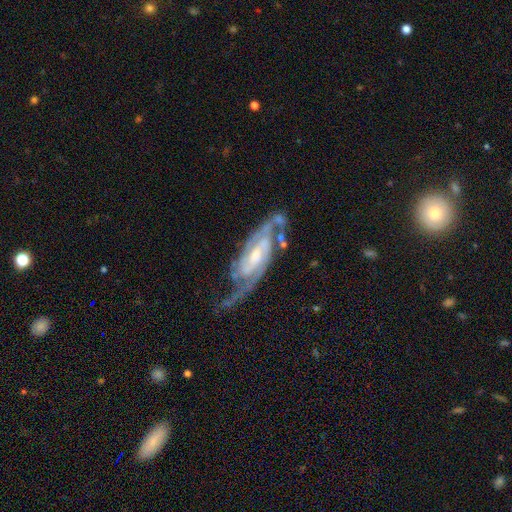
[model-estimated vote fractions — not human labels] Morphology: type=featured or disk (90%); edge-on=no (91%); bar=weak (45%); spiral arms=yes (98%); winding=medium (45%); arm count=2 (72%); bulge=moderate (48%); merging=none (58%).